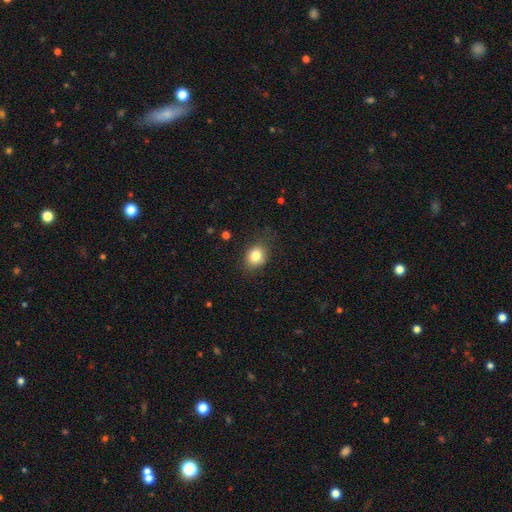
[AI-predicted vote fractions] Smooth or featured: smooth — 82% (star or artifact — 10%)
How rounded: in between — 51% (round — 48%)
Merging: none — 79% (minor disturbance — 16%)